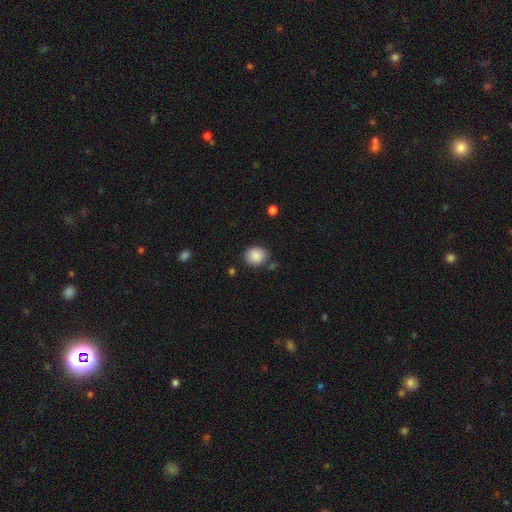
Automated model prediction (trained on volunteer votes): This is clearly a smooth galaxy (87%). How rounded: likely round (72%). Merging: likely none (78%).